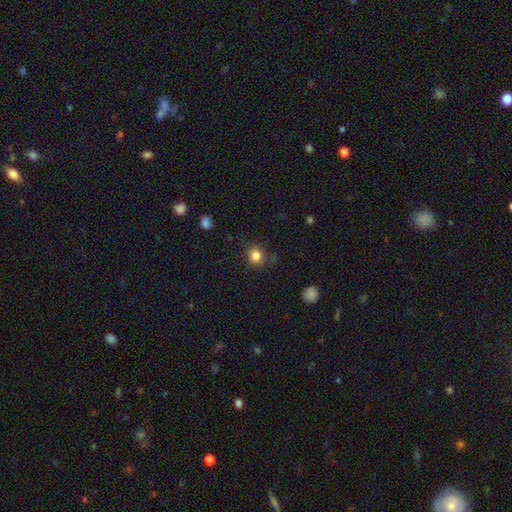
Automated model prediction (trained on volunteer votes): smooth 83%, star or artifact 12%, featured or disk 5%. Down the decision tree: how rounded — round (83%); merging — none (82%).